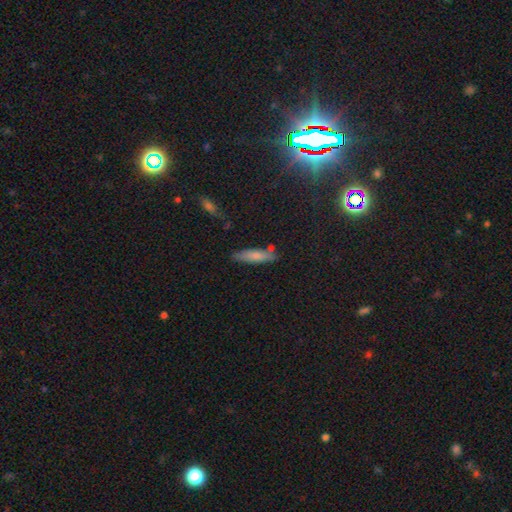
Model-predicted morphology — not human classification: Smooth or featured: smooth — 72% (featured or disk — 20%)
How rounded: cigar-shaped — 74% (in between — 24%)
Merging: none — 78% (minor disturbance — 14%)